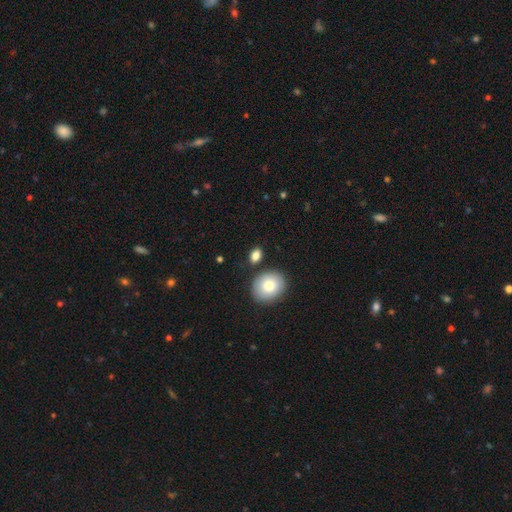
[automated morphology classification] This appears to be a smooth galaxy with no disk features (84%) that is in between round and cigar-shaped (72%). Merging: none (78%).